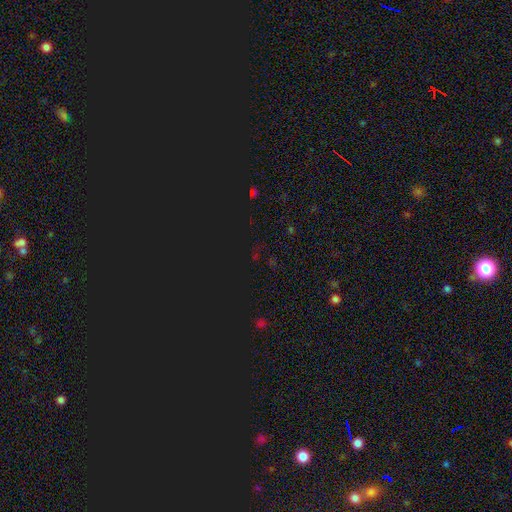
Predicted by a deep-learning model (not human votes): Smooth or featured?
  - star or artifact: 77% *
  - smooth: 17%
  - featured or disk: 7%